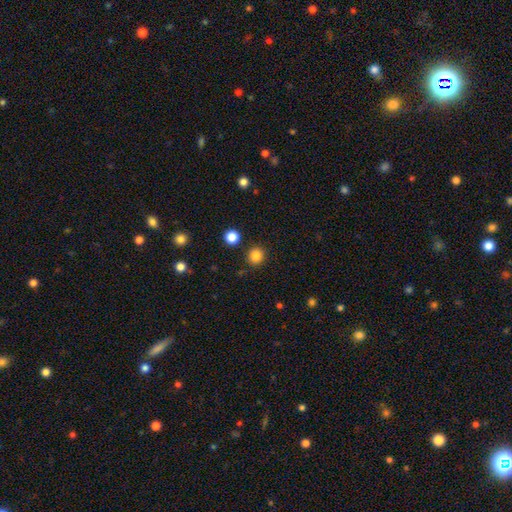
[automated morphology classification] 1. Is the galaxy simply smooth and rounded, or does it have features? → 84% smooth, 12% star or artifact, 4% featured or disk.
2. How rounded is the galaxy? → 92% round, 7% in between, 1% cigar-shaped.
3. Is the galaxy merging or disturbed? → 88% none, 7% minor disturbance, 3% merger, 2% major disturbance.